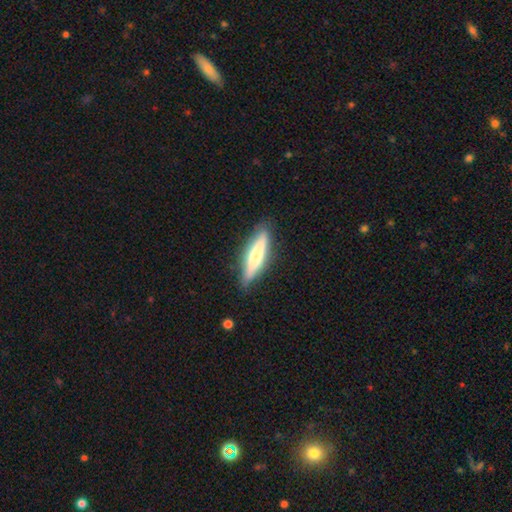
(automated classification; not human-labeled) Smooth or featured: smooth — 49% (featured or disk — 45%)
Merging: none — 85% (minor disturbance — 11%)